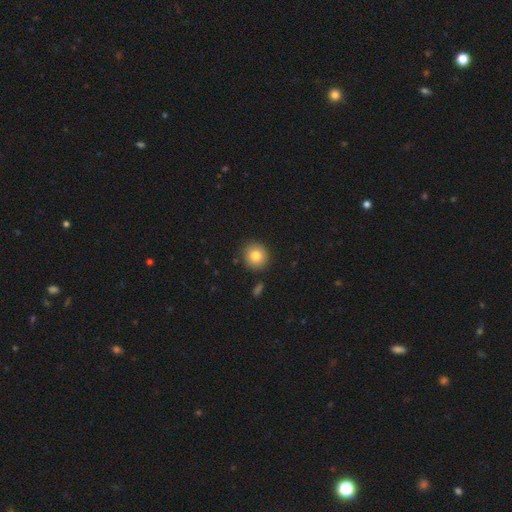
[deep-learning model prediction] A smooth galaxy with no disk features (82%) that is round (91%).

Vote fractions:
- Smooth or featured? smooth: 82% / star or artifact: 9% / featured or disk: 9%
- How rounded? round: 91% / in between: 8% / cigar-shaped: 1%
- Merging? none: 88% / minor disturbance: 8% / merger: 2% / major disturbance: 2%